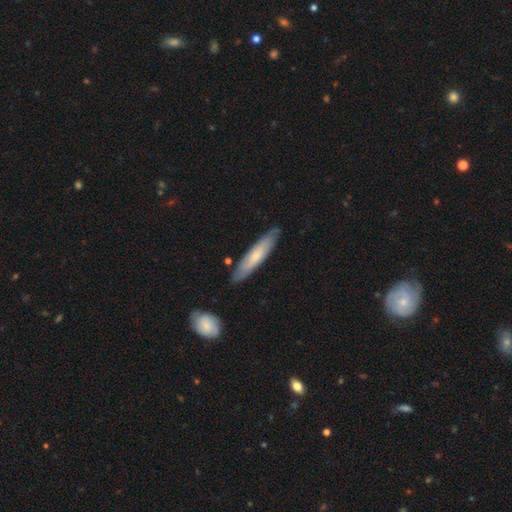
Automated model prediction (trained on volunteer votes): This appears to be a smooth galaxy with no disk features (59%) that is cigar-shaped (86%). Merging: none (84%).